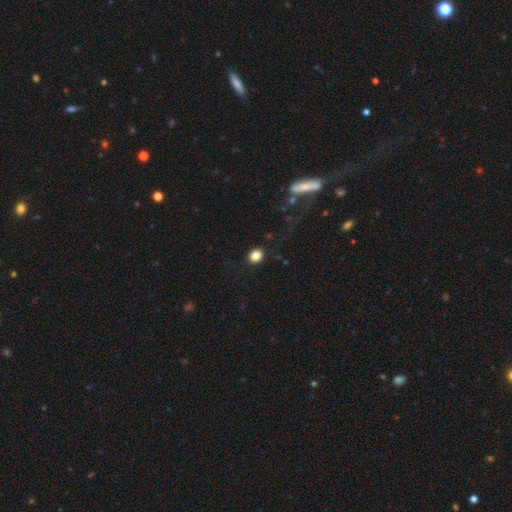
smooth 90%, featured or disk 5%, star or artifact 5%. Down the decision tree: how rounded — round (60%); merging — none (86%).